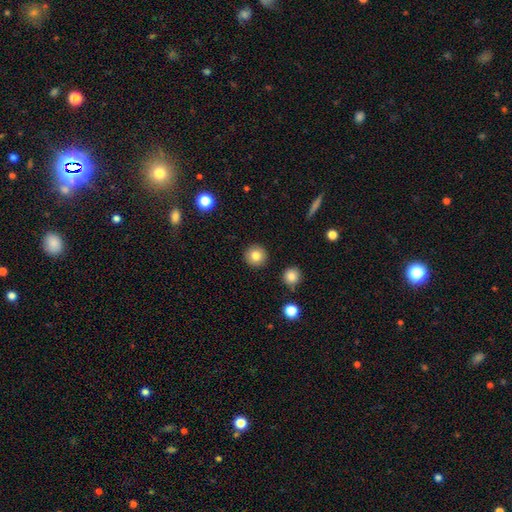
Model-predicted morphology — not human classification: Smooth or featured? Predicted: smooth (p=0.82). How rounded? Predicted: round (p=0.95). Merging? Predicted: none (p=0.92).